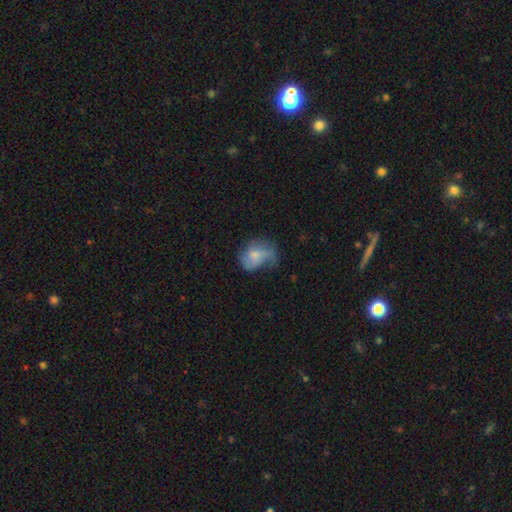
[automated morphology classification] smooth 47%, featured or disk 43%, star or artifact 9%. Down the decision tree: merging — none (34%).